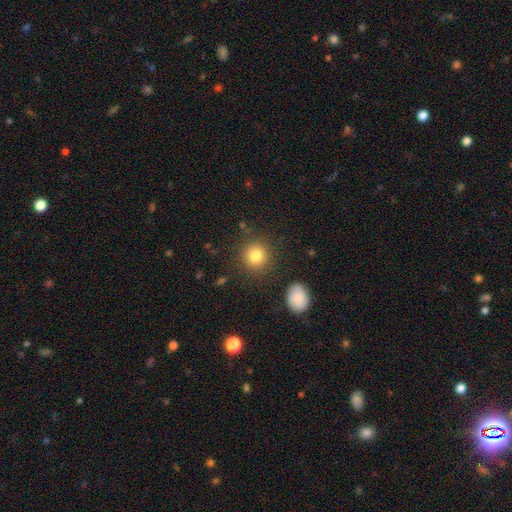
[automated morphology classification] This appears to be a smooth galaxy with no disk features (83%) that is round (91%). Merging: none (87%).